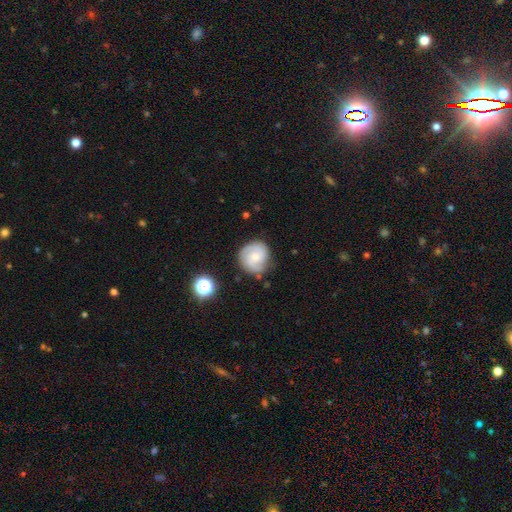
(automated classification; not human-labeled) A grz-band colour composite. It shows a featured or disk galaxy (66%) with no bar (65%), 2 (65%) tight (46%) spiral arms (93%) and a small central bulge (56%). Merging: none (75%).